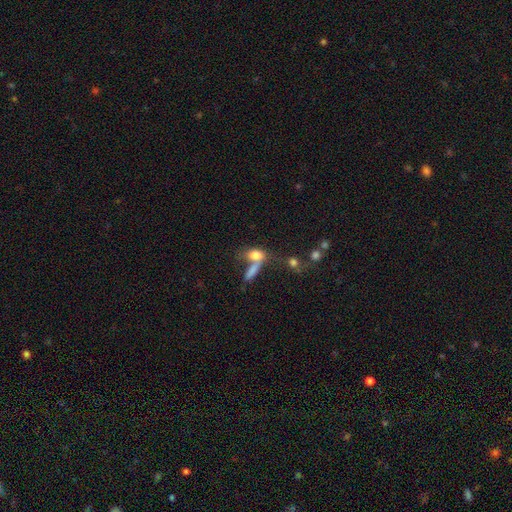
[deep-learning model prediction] Q: Smooth or featured?
A: smooth (75%); runner-up: featured or disk (14%)
Q: How rounded?
A: in between (74%); runner-up: round (14%)
Q: Merging?
A: merger (46%); runner-up: none (32%)